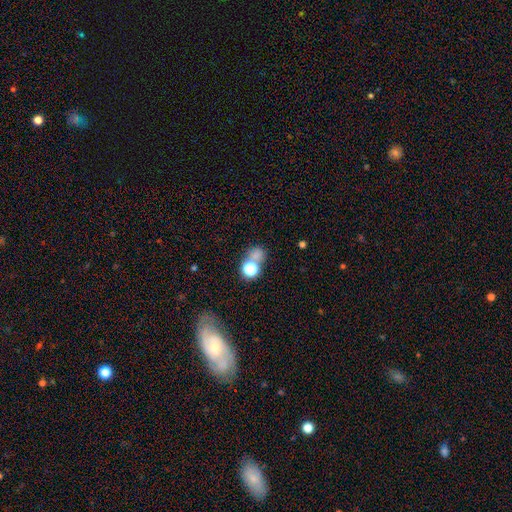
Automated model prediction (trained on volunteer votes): This appears to be a smooth galaxy with no disk features (63%) that is round (72%). Merging: none (51%).